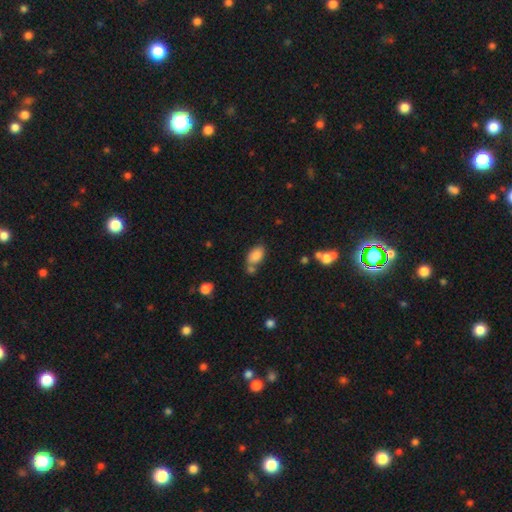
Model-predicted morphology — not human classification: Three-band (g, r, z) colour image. It shows a smooth galaxy with no disk features (85%) that is in between round and cigar-shaped (91%). Merging: none (57%).